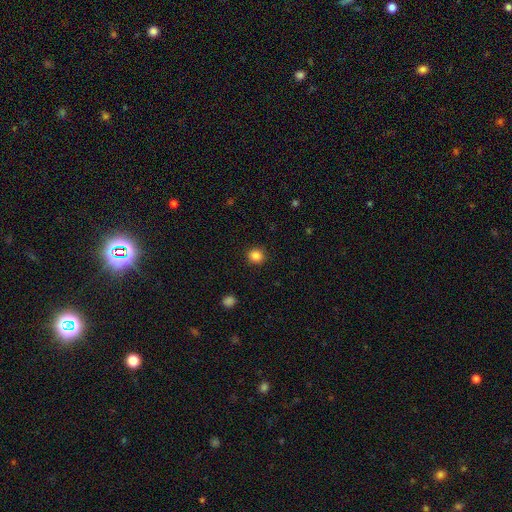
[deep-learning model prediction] This appears to be a smooth galaxy with no disk features (86%) that is round (89%). Merging: none (91%).